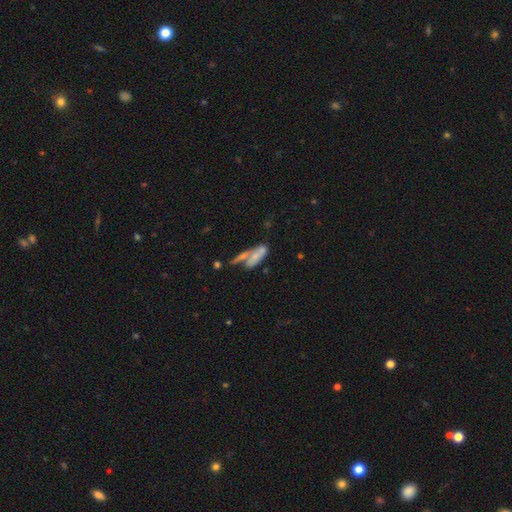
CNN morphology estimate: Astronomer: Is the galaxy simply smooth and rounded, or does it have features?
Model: smooth — 61%.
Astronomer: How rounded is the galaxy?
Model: in between — 57% (runner-up: cigar-shaped, 40%).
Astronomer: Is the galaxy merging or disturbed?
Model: merger — 45% (runner-up: none, 28%).